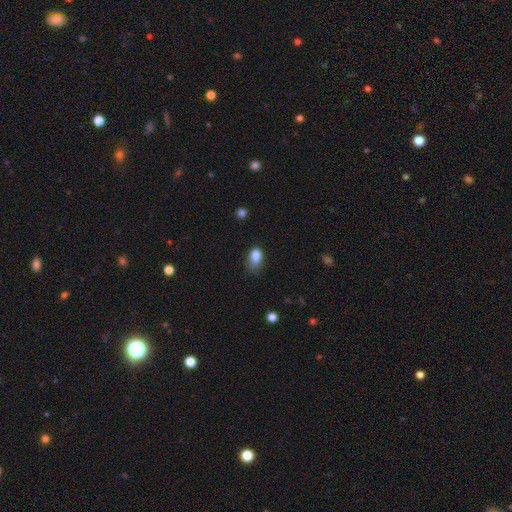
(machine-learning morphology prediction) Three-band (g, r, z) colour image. It shows a smooth galaxy with no disk features (83%) that is in between round and cigar-shaped (81%). Merging: none (43%).